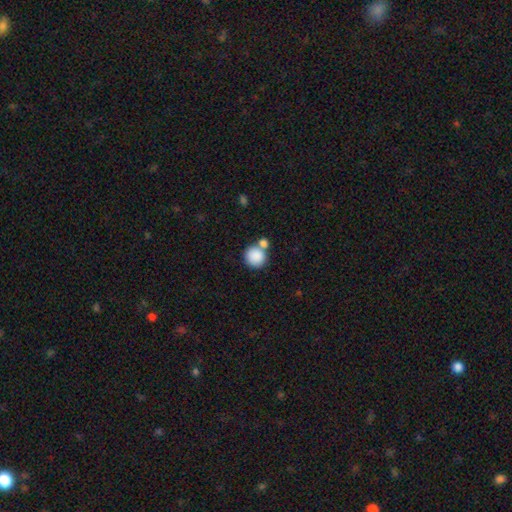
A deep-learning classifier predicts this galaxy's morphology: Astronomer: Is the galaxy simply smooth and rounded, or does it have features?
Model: smooth — 87%.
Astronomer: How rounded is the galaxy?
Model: round — 90%.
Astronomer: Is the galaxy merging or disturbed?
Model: none — 55% (runner-up: merger, 31%).